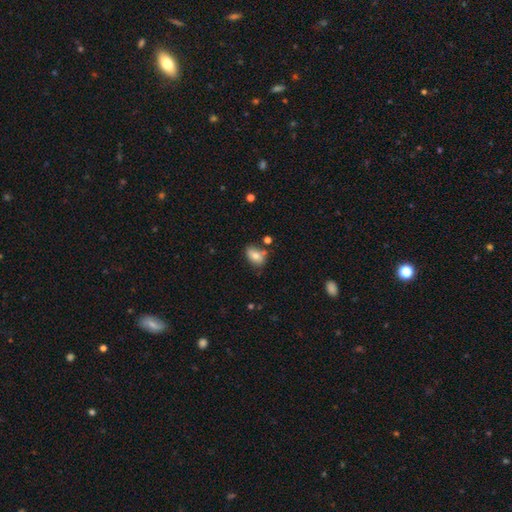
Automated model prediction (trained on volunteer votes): smooth 74%, featured or disk 16%, star or artifact 9%. Down the decision tree: how rounded — in between (82%); merging — none (59%).